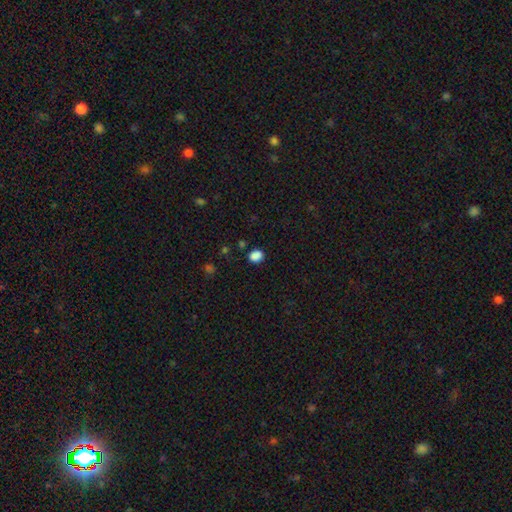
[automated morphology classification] Smooth or featured: smooth — 84% (star or artifact — 13%)
How rounded: round — 51% (in between — 48%)
Merging: none — 82% (minor disturbance — 12%)